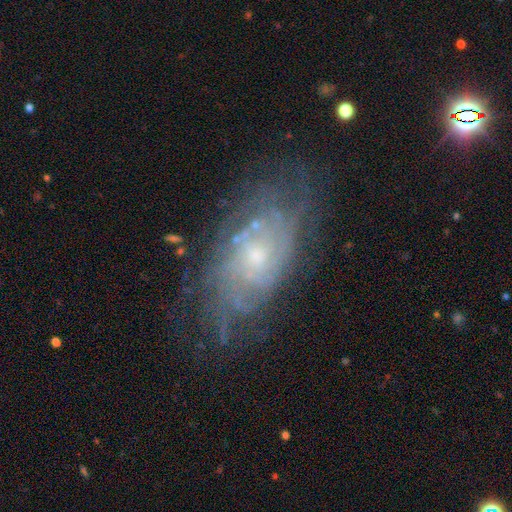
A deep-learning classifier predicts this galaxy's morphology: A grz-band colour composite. It shows a featured or disk galaxy (79%) with no bar (74%), tight (68%) spiral arms (87%) and a small central bulge (59%). Merging: none (71%).